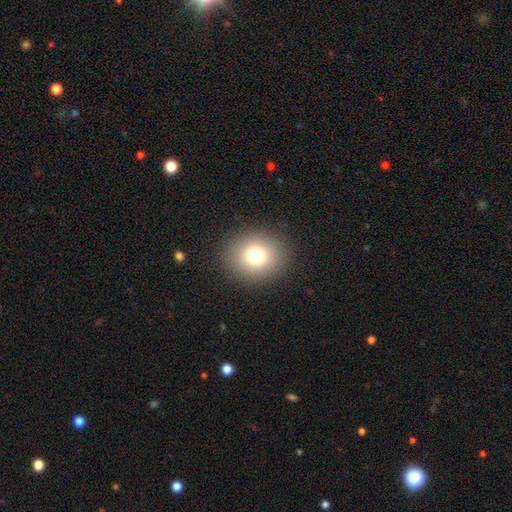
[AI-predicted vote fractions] smooth_or_featured: smooth (p=0.78) [alt: star or artifact p=0.12]
how_rounded: round (p=0.78) [alt: in between p=0.21]
merging: none (p=0.89) [alt: minor disturbance p=0.07]